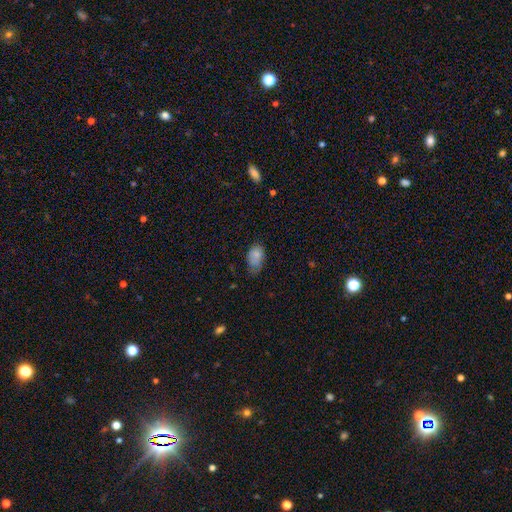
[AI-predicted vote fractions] smooth_or_featured: smooth (p=0.78) [alt: featured or disk p=0.12]
how_rounded: in between (p=0.90) [alt: round p=0.09]
merging: minor disturbance (p=0.41) [alt: none p=0.40]